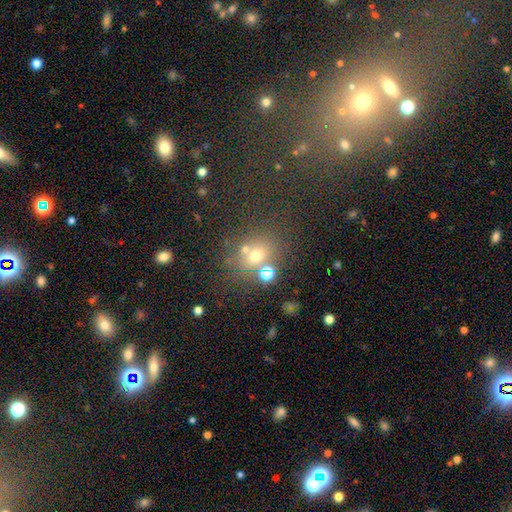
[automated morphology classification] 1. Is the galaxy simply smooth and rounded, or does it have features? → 60% smooth, 24% star or artifact, 16% featured or disk.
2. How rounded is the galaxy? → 66% round, 33% in between, 1% cigar-shaped.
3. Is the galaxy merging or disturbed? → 58% none, 24% merger, 12% minor disturbance, 6% major disturbance.